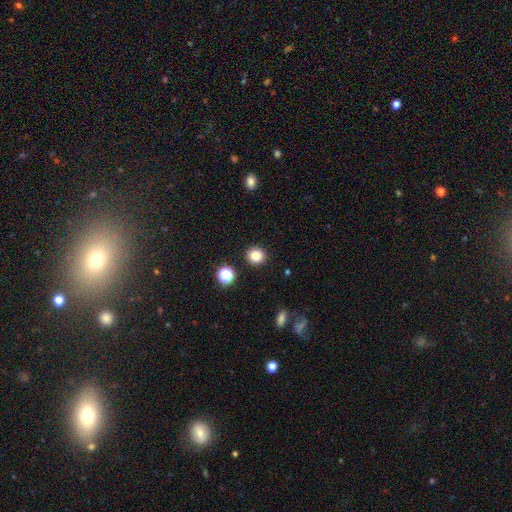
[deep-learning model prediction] smooth_or_featured: smooth (p=0.82) [alt: star or artifact p=0.13]
how_rounded: round (p=0.89) [alt: in between p=0.10]
merging: none (p=0.91) [alt: minor disturbance p=0.05]